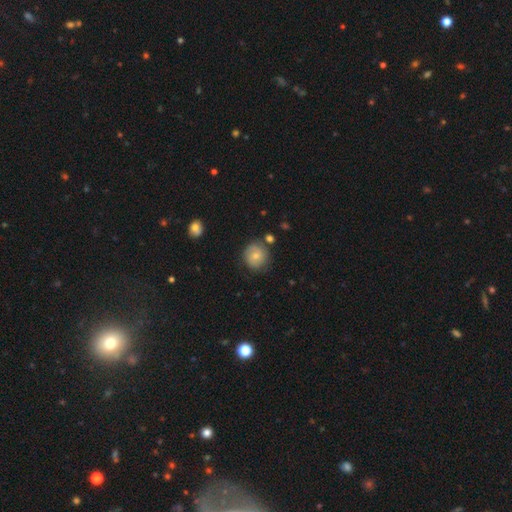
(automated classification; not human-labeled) Q: Smooth or featured?
A: smooth (64%); runner-up: featured or disk (28%)
Q: How rounded?
A: round (88%); runner-up: in between (11%)
Q: Merging?
A: none (75%); runner-up: minor disturbance (17%)